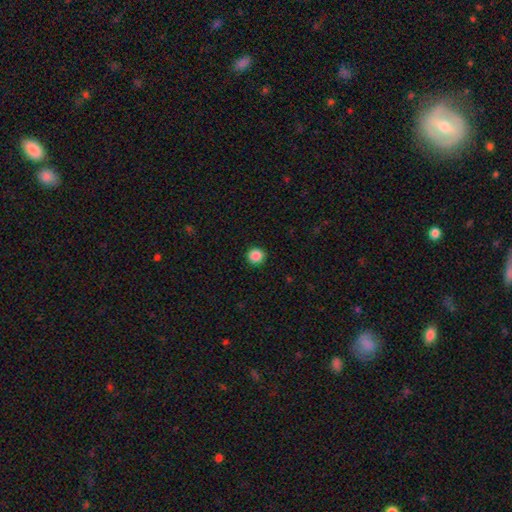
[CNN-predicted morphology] type=smooth (88%); roundness=round (93%); merging=none (93%).